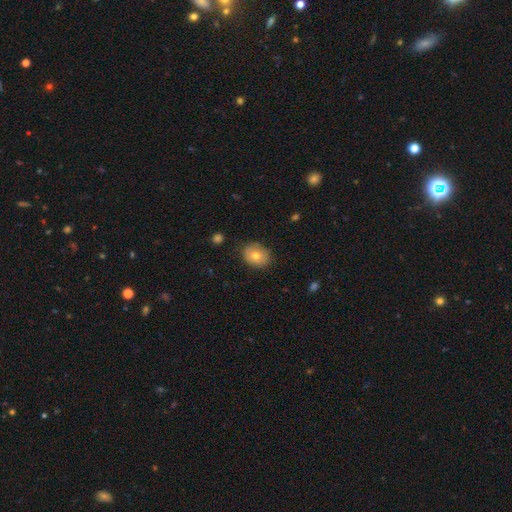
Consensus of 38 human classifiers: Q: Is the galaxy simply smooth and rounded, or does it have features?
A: smooth — 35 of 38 (92%).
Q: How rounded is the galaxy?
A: in between — 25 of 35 (71%).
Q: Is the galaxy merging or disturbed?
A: none — 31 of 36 (86%).